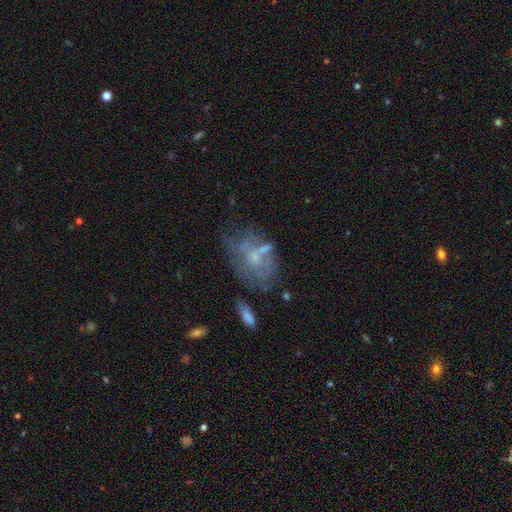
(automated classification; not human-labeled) Q: Smooth or featured?
A: featured or disk (54%); runner-up: smooth (31%)
Q: Edge-on disk?
A: no (96%); runner-up: yes (4%)
Q: Bar?
A: no (79%); runner-up: weak (17%)
Q: Spiral arms?
A: no (76%); runner-up: yes (24%)
Q: Bulge size?
A: small (38%); runner-up: none (35%)
Q: Merging?
A: none (37%); runner-up: major disturbance (27%)